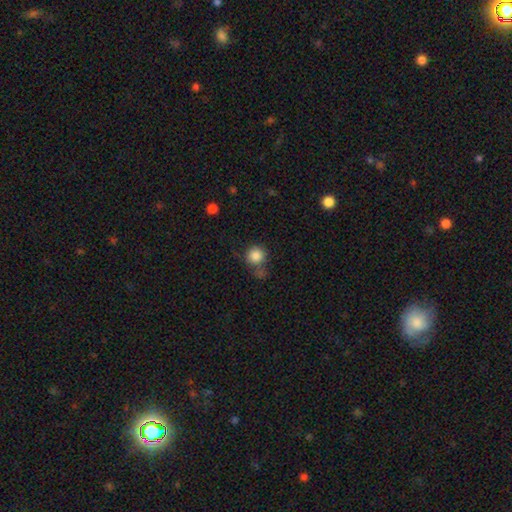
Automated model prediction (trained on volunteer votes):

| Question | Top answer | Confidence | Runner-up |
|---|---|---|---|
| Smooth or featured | smooth | 85% | star or artifact (10%) |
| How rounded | round | 93% | in between (6%) |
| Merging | none | 64% | minor disturbance (16%) |